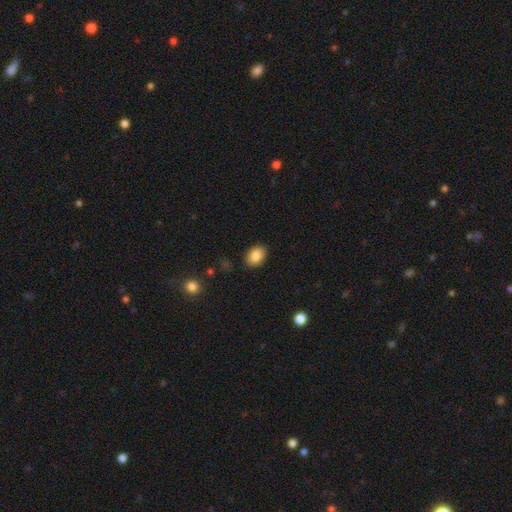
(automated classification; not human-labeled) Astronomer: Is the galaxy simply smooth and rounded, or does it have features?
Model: smooth — 84%.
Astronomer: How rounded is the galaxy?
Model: in between — 77%.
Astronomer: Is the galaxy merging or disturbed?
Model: none — 87%.